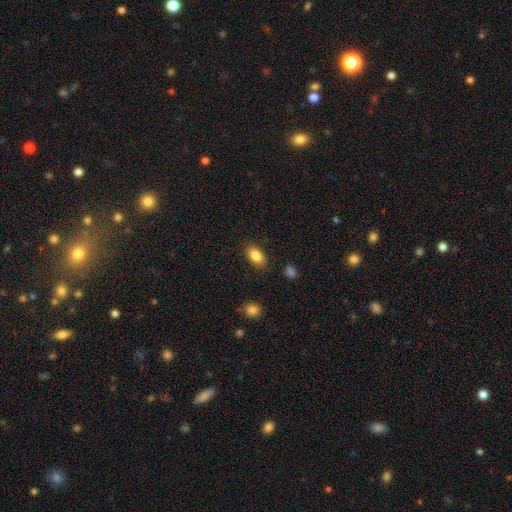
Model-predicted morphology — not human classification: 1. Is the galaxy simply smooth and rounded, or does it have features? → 86% smooth, 8% star or artifact, 6% featured or disk.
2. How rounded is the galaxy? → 89% in between, 10% round, 2% cigar-shaped.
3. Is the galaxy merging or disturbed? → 85% none, 11% minor disturbance, 3% major disturbance, 2% merger.